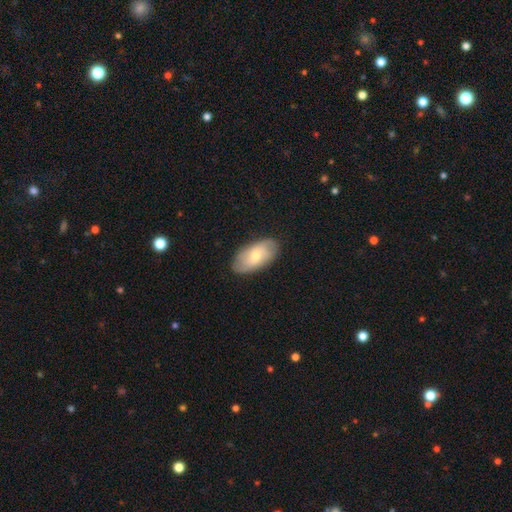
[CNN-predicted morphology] Q: Smooth or featured?
A: smooth (54%); runner-up: featured or disk (40%)
Q: How rounded?
A: in between (92%); runner-up: round (4%)
Q: Merging?
A: none (83%); runner-up: minor disturbance (13%)